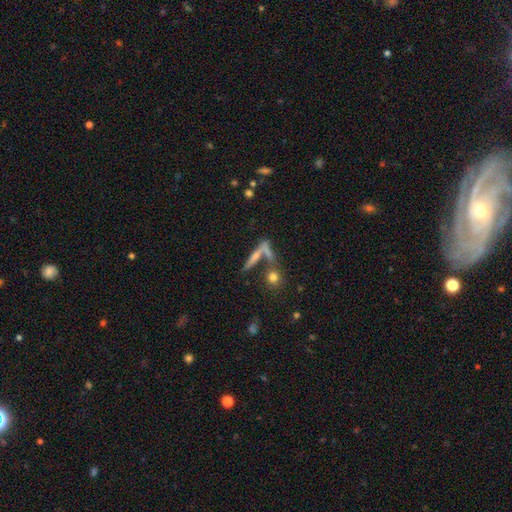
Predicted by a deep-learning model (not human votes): smooth 50%, featured or disk 38%, star or artifact 12%. Down the decision tree: how rounded — cigar-shaped (79%); merging — none (53%).